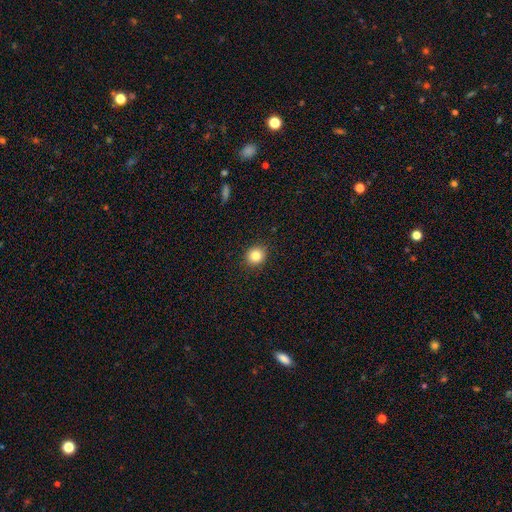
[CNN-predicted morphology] A smooth galaxy with no disk features (83%) that is round (89%).

Vote fractions:
- Smooth or featured? smooth: 83% / star or artifact: 11% / featured or disk: 6%
- How rounded? round: 89% / in between: 10% / cigar-shaped: 1%
- Merging? none: 91% / minor disturbance: 6% / major disturbance: 2% / merger: 1%